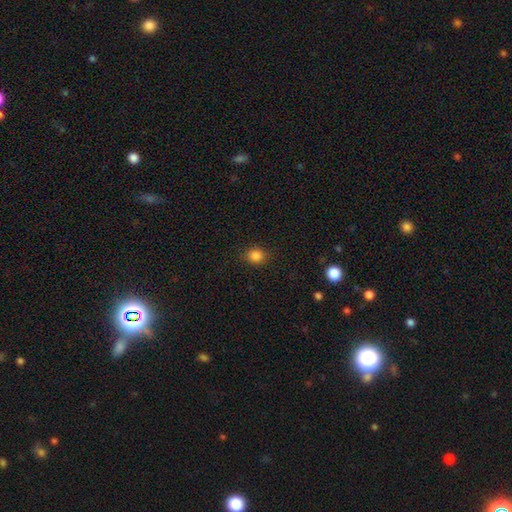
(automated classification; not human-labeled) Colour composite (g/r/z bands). It shows a smooth galaxy with no disk features (84%) that is round (73%). Merging: none (88%).